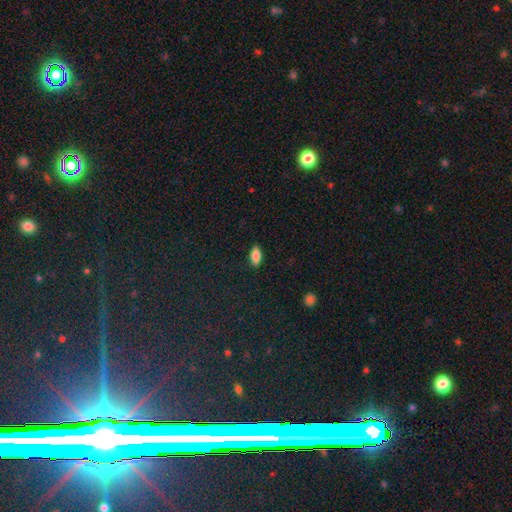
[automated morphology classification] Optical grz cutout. It shows a smooth galaxy with no disk features (83%) that is in between round and cigar-shaped (87%). Merging: none (87%).